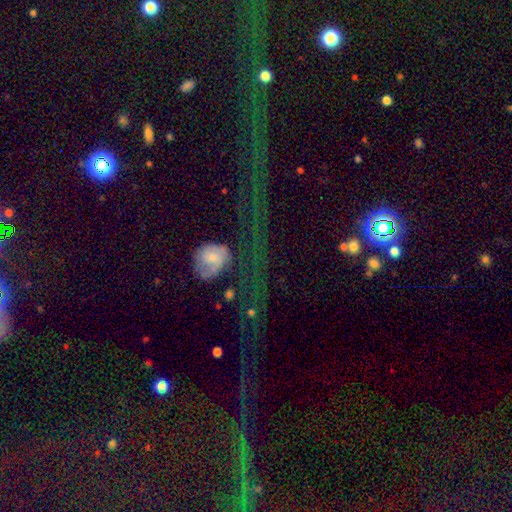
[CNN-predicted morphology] A star or artifact, not a galaxy (66%).

Vote fractions:
- Smooth or featured? star or artifact: 66% / smooth: 18% / featured or disk: 17%